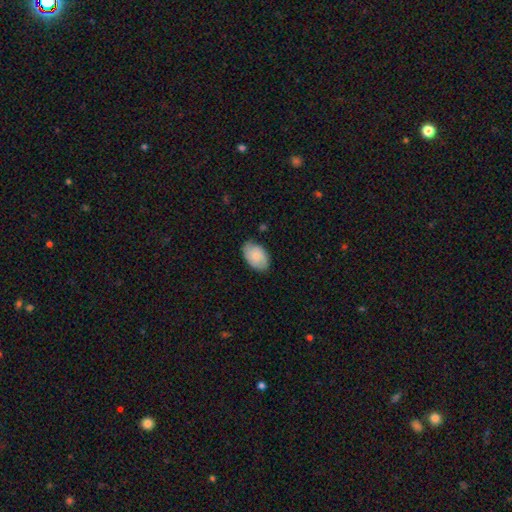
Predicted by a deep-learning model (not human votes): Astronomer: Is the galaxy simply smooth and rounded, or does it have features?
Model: smooth — 73%.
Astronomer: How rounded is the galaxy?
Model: in between — 90%.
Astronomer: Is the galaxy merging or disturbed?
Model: none — 75%.